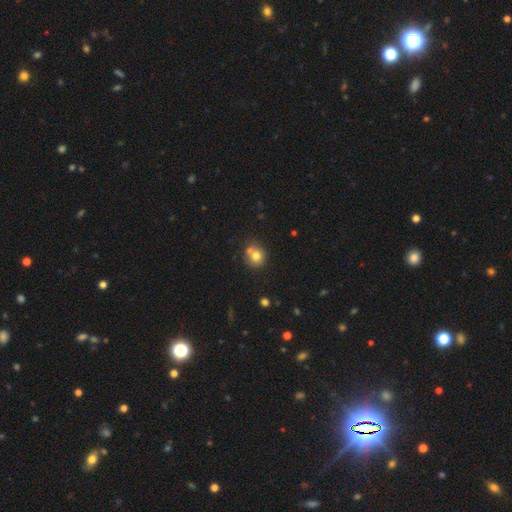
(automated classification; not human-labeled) The model was most divided on "merging": none: 52%, merger: 32%, minor disturbance: 12%, major disturbance: 4%. More confident: how rounded — round (85%); smooth or featured — smooth (75%).